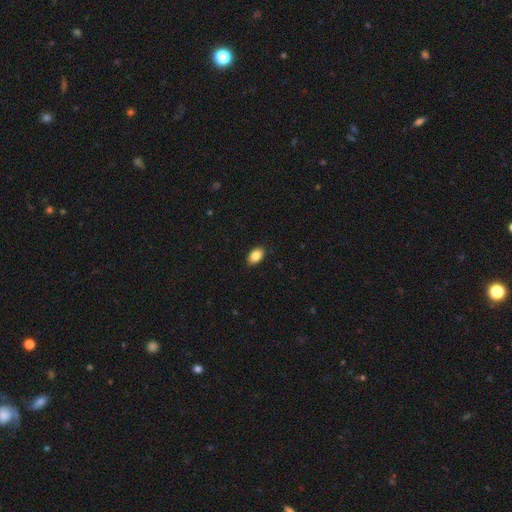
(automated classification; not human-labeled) Overall: smooth (86%). How rounded: in between (90%). Merging: none (88%).